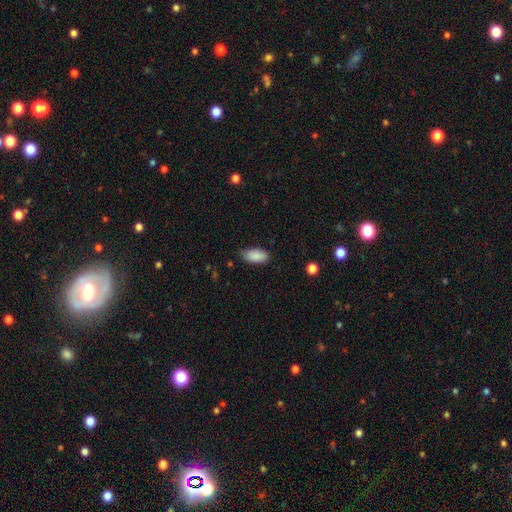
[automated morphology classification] Smooth or featured?
  - smooth: 89% *
  - star or artifact: 7%
  - featured or disk: 5%
How rounded?
  - in between: 91% *
  - cigar-shaped: 7%
  - round: 2%
Merging?
  - none: 78% *
  - minor disturbance: 18%
  - major disturbance: 3%
  - merger: 1%